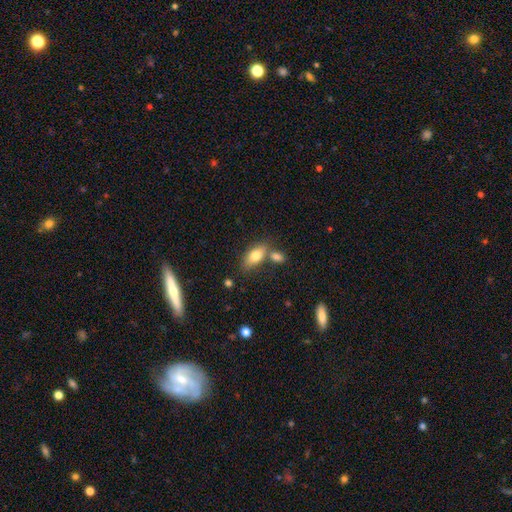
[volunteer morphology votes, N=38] This appears to be a smooth galaxy with no disk features (74%) that is in between round and cigar-shaped (89%). Merging: none (57%).